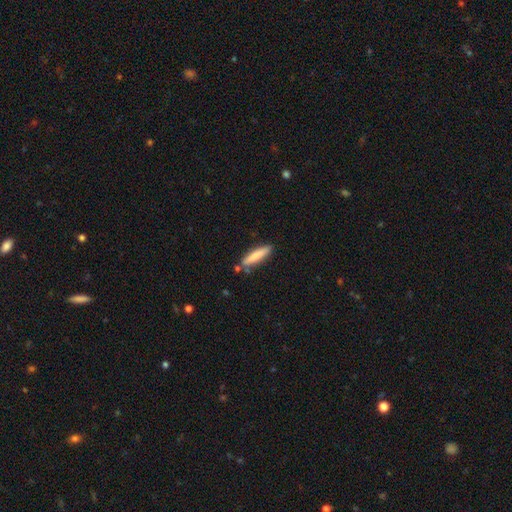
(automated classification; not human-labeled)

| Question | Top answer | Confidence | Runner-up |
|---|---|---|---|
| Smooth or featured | smooth | 80% | featured or disk (15%) |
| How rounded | cigar-shaped | 84% | in between (15%) |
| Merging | none | 77% | minor disturbance (14%) |